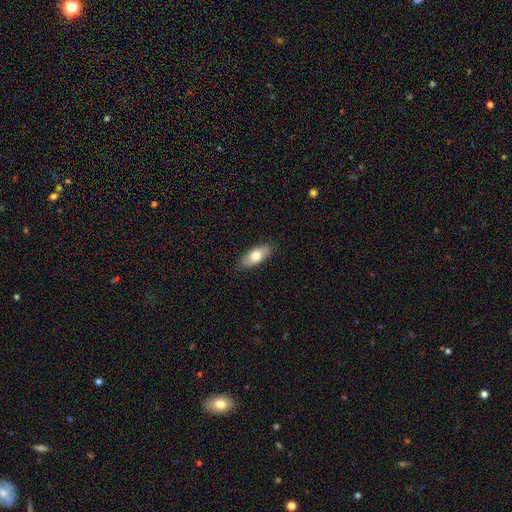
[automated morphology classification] Overall: smooth (75%). How rounded: in between (85%). Merging: none (87%).